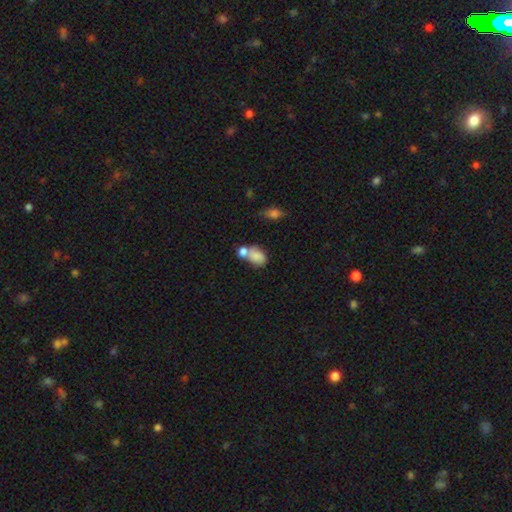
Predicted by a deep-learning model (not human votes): smooth_or_featured: smooth (p=0.77) [alt: featured or disk p=0.13]
how_rounded: in between (p=0.76) [alt: round p=0.22]
merging: merger (p=0.49) [alt: none p=0.29]